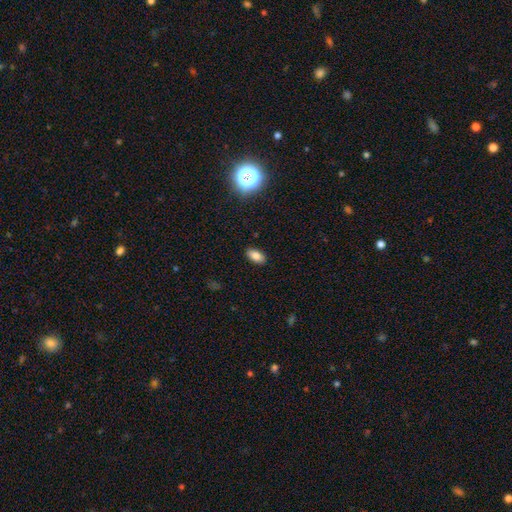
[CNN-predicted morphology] The model was most divided on "smooth or featured": smooth: 81%, star or artifact: 11%, featured or disk: 8%. More confident: how rounded — in between (92%); merging — none (89%).